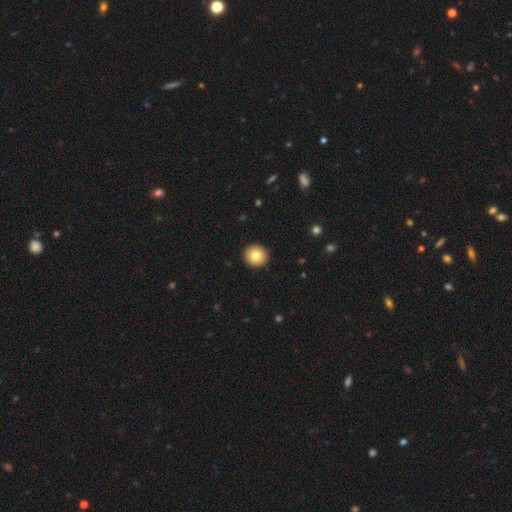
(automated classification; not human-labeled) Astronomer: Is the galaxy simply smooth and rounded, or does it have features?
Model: smooth — 79%.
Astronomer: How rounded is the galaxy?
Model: round — 94%.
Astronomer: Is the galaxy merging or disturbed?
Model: none — 93%.